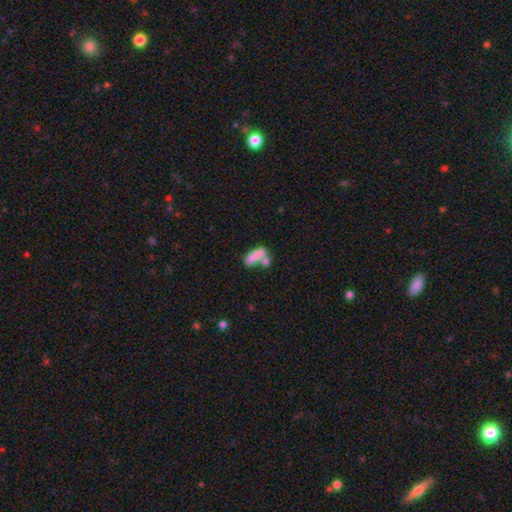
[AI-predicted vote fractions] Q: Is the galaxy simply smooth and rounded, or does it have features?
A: smooth — 76%.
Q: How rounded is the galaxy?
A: cigar-shaped — 50%.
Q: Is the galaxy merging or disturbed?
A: merger — 44%.